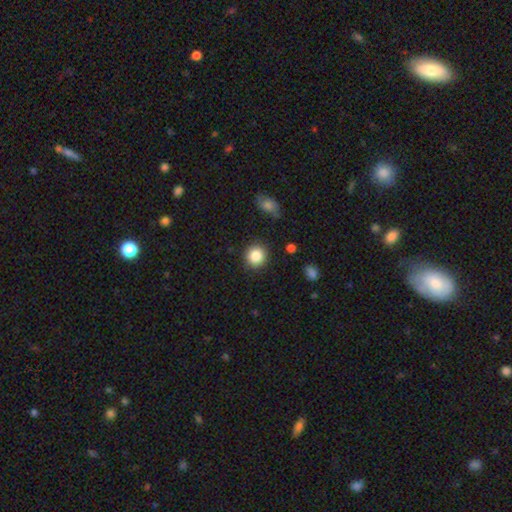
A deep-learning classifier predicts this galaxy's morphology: Overall: smooth (86%). How rounded: round (90%). Merging: none (88%).